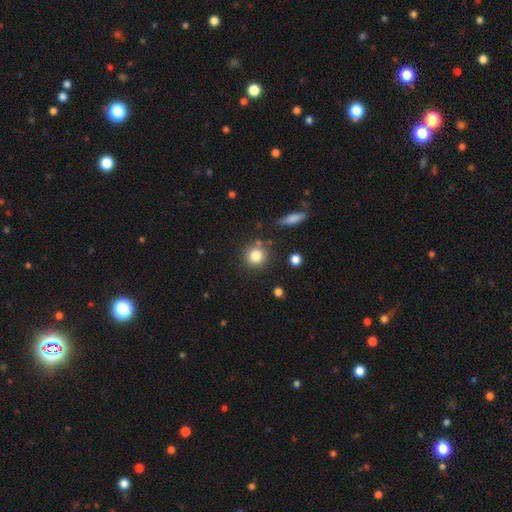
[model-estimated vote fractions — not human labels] A smooth galaxy with no disk features (83%) that is round (90%). Merging: none (81%).